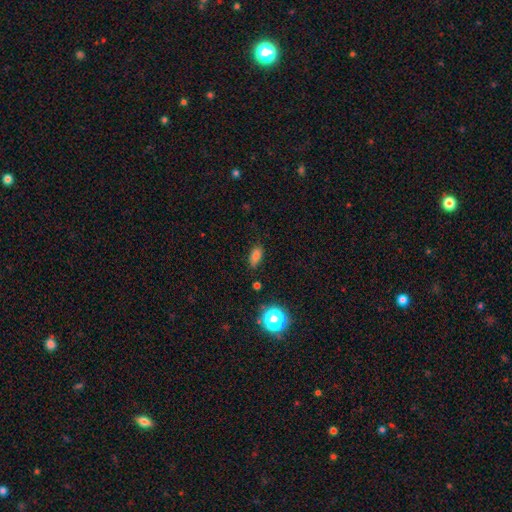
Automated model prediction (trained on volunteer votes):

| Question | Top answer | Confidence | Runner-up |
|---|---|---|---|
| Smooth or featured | smooth | 78% | star or artifact (15%) |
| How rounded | in between | 84% | cigar-shaped (9%) |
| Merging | none | 81% | minor disturbance (14%) |